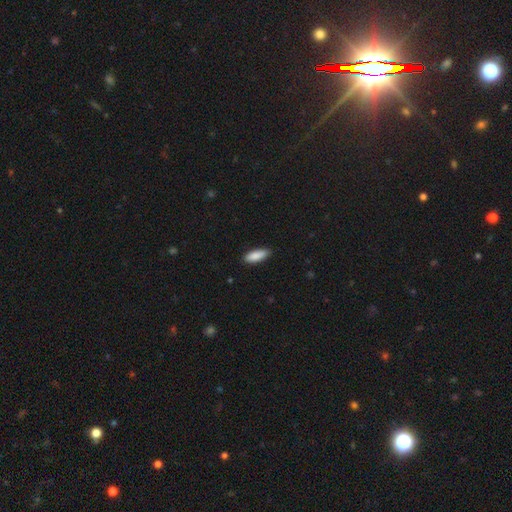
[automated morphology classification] Smooth or featured? Predicted: smooth (p=0.88). How rounded? Predicted: in between (p=0.65). Merging? Predicted: none (p=0.87).